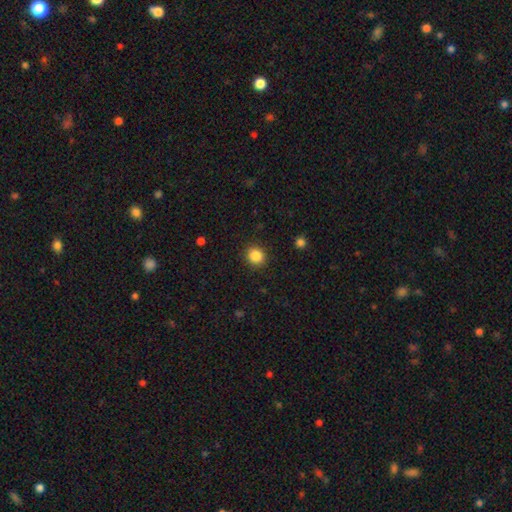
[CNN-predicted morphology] Smooth or featured? smooth (86%)
How rounded? round (82%)
Merging? none (90%)